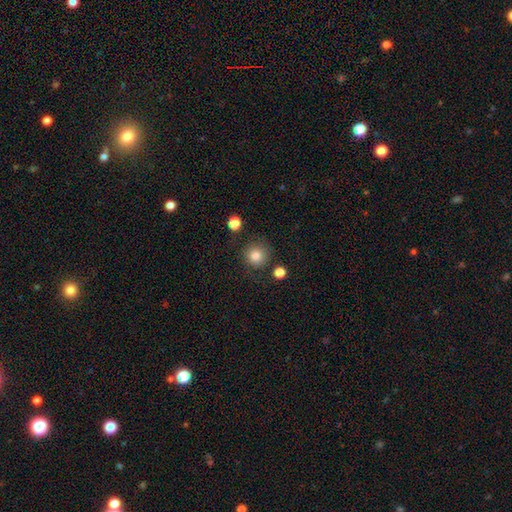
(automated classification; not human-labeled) smooth 84%, star or artifact 10%, featured or disk 6%. Down the decision tree: how rounded — round (93%); merging — none (83%).